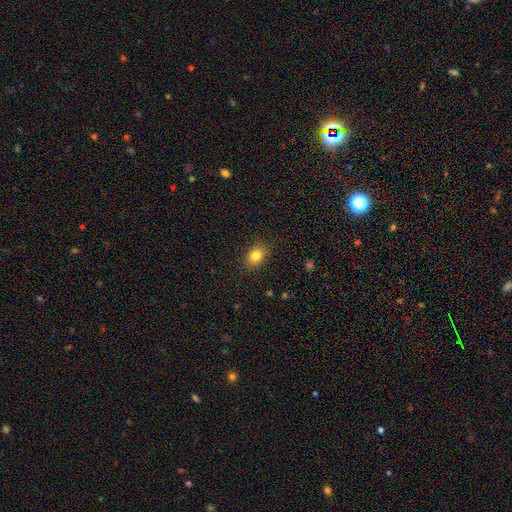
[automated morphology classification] A smooth galaxy with no disk features (82%) that is in between round and cigar-shaped (63%). Merging: none (87%).